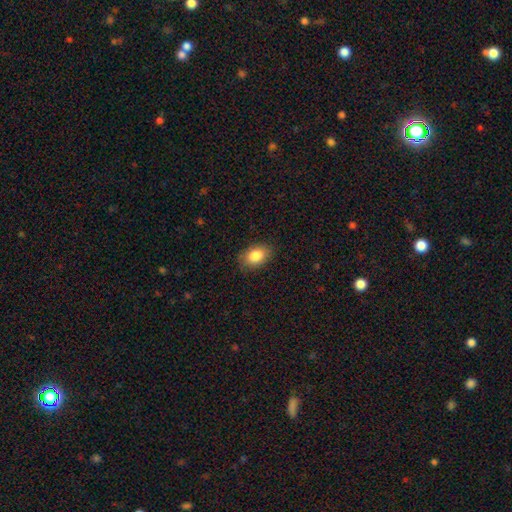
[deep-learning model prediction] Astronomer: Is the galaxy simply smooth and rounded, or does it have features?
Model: smooth — 85%.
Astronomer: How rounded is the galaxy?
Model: in between — 85%.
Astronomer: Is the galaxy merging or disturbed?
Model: none — 85%.